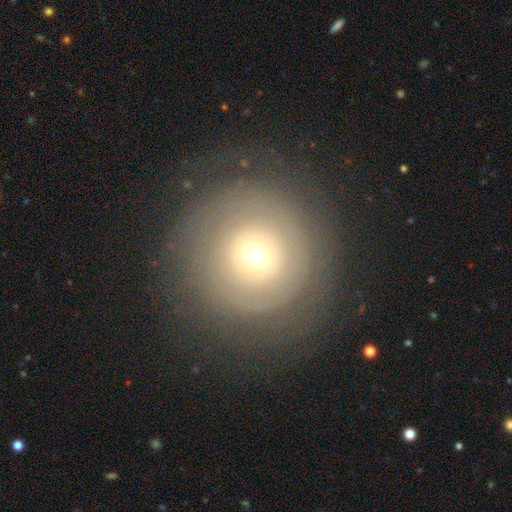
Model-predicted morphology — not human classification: This is marginally a smooth galaxy (45%). Merging: likely none (75%).